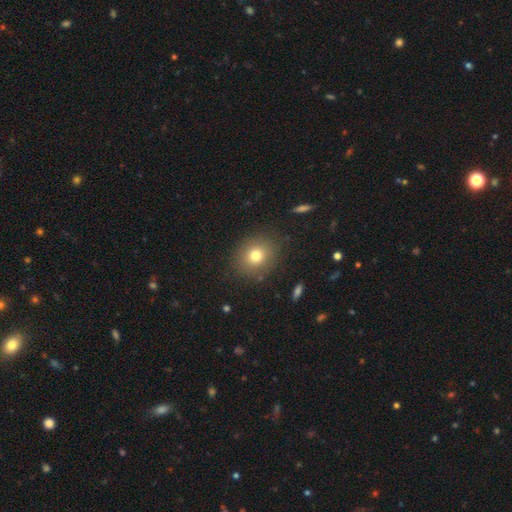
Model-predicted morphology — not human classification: This appears to be a smooth galaxy with no disk features (76%) that is round (75%). Merging: none (86%).